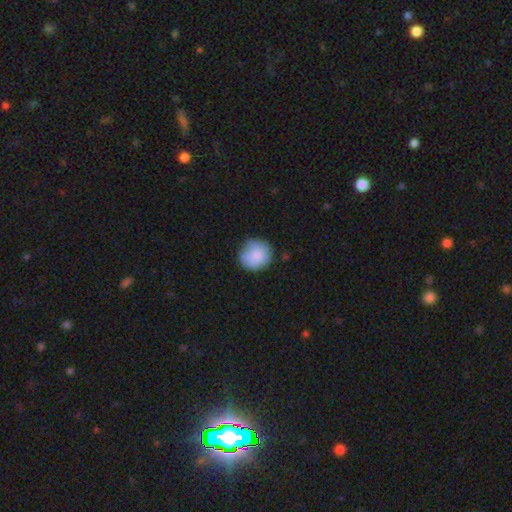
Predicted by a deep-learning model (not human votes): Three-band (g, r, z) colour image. It shows a smooth galaxy with no disk features (85%) that is round (87%). Merging: none (75%).